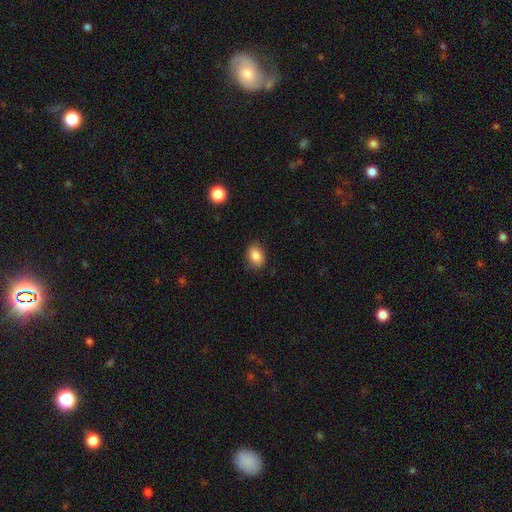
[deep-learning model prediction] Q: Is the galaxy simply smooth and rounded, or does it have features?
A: smooth — 86%.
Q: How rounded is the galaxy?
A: in between — 73%.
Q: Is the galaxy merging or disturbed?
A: none — 84%.